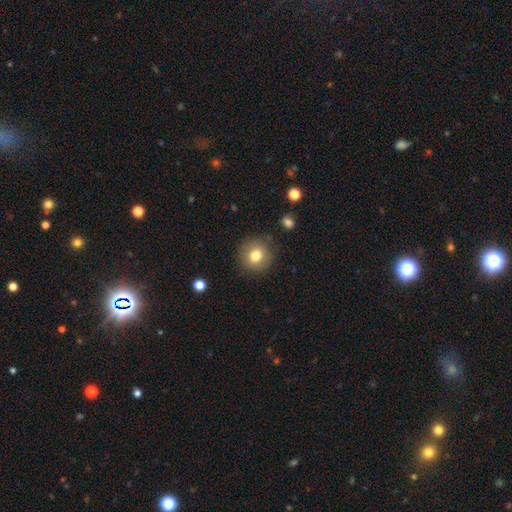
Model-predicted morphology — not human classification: Smooth or featured: smooth — 79% (featured or disk — 11%)
How rounded: round — 89% (in between — 10%)
Merging: none — 85% (minor disturbance — 10%)